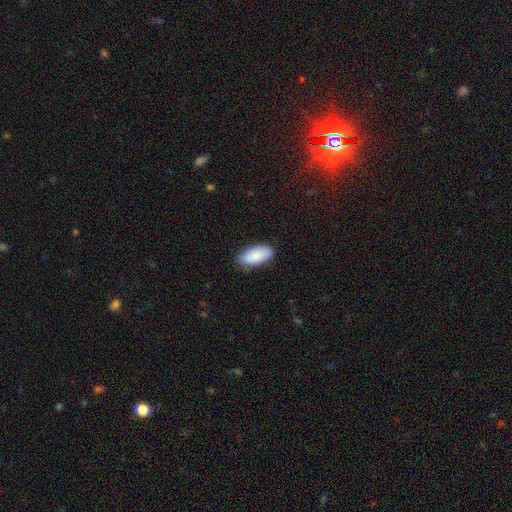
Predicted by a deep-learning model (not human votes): Q: Smooth or featured?
A: smooth (85%); runner-up: featured or disk (9%)
Q: How rounded?
A: in between (89%); runner-up: cigar-shaped (9%)
Q: Merging?
A: none (81%); runner-up: minor disturbance (15%)